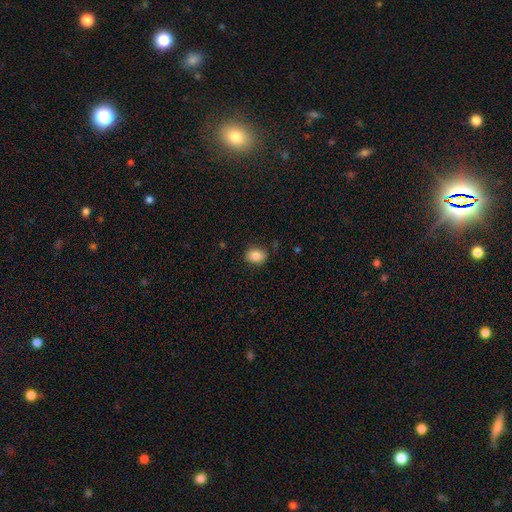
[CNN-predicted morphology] Overall: smooth (85%). How rounded: in between (51%; round 48%). Merging: none (86%).